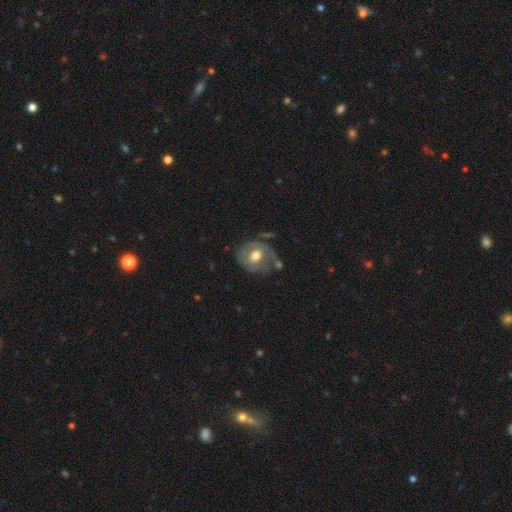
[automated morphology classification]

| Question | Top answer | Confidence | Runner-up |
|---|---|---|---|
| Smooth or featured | featured or disk | 50% | smooth (43%) |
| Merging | none | 57% | minor disturbance (24%) |